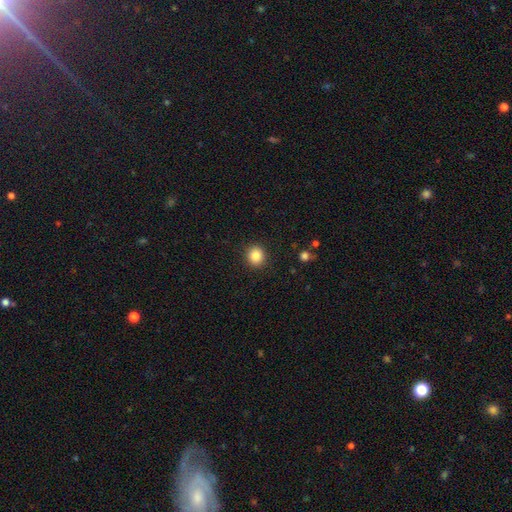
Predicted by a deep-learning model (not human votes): smooth_or_featured: smooth (p=0.85) [alt: star or artifact p=0.10]
how_rounded: round (p=0.87) [alt: in between p=0.12]
merging: none (p=0.91) [alt: minor disturbance p=0.06]